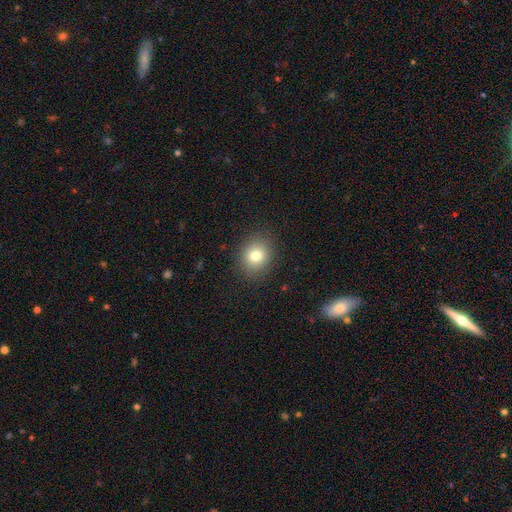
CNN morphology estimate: type=smooth (78%); roundness=round (73%); merging=none (88%).